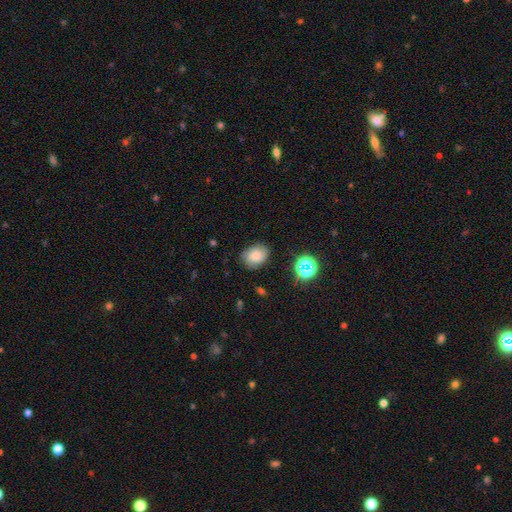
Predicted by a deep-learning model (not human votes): Smooth or featured? smooth (52%)
How rounded? in between (51%)
Merging? none (76%)